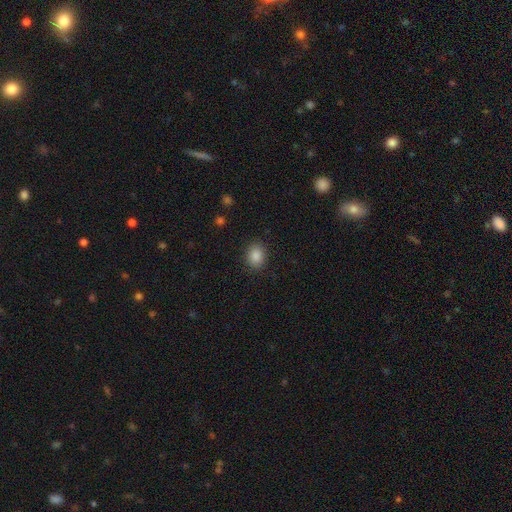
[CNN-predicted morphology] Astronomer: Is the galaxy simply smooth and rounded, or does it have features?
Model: smooth — 86%.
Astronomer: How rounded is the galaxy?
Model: in between — 50% (runner-up: round, 49%).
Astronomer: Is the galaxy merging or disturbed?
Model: none — 89%.